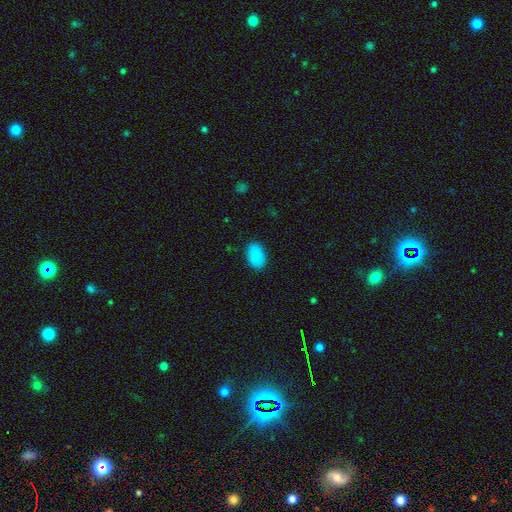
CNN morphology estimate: Smooth or featured: smooth — 89% (star or artifact — 7%)
How rounded: in between — 91% (round — 7%)
Merging: none — 86% (minor disturbance — 11%)